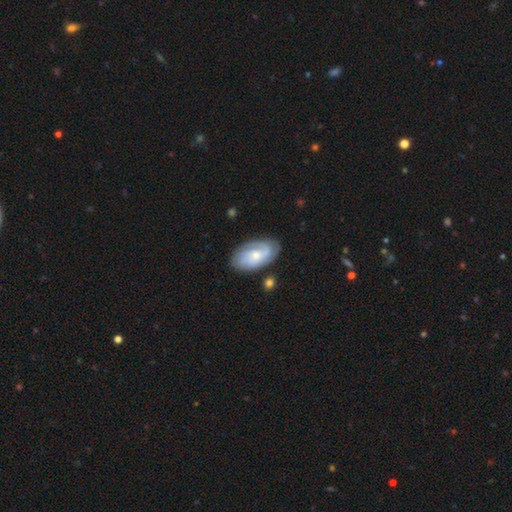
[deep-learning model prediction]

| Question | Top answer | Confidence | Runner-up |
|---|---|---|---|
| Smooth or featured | featured or disk | 64% | smooth (30%) |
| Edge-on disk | no | 95% | yes (5%) |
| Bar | no | 71% | weak (25%) |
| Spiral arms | yes | 88% | no (12%) |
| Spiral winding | tight | 53% | medium (34%) |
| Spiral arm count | can't tell | 35% | 2 (33%) |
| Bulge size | small | 60% | moderate (35%) |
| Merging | none | 75% | minor disturbance (17%) |